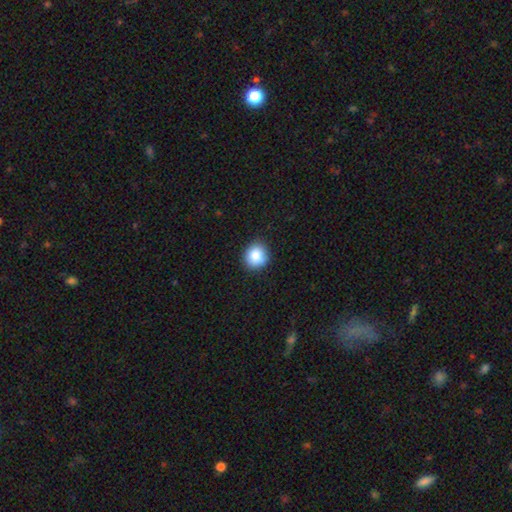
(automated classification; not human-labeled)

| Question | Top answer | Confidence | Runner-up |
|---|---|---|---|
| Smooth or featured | smooth | 86% | star or artifact (9%) |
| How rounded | round | 82% | in between (17%) |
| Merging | none | 87% | minor disturbance (10%) |